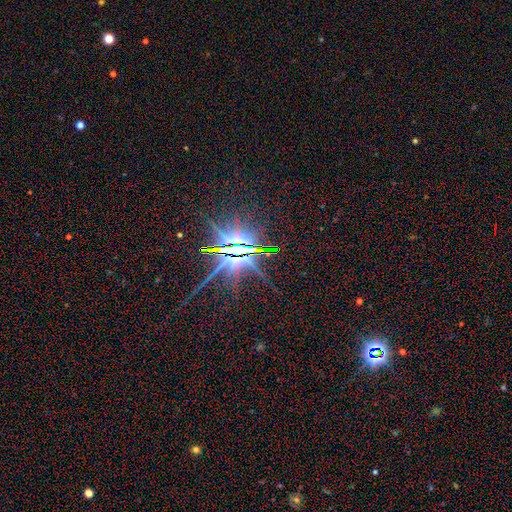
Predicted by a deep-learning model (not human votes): A star or artifact, not a galaxy (87%).